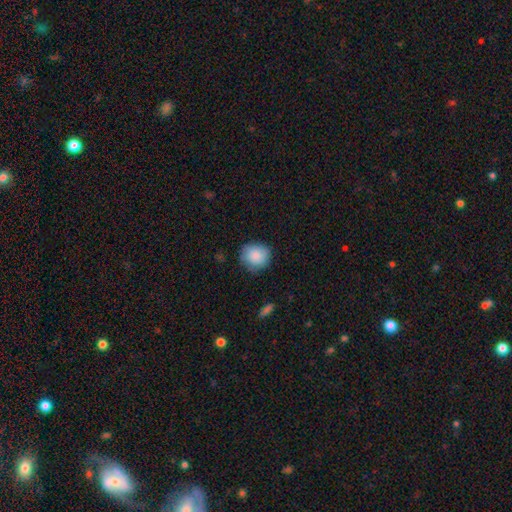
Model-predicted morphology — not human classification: Q: Smooth or featured?
A: smooth (85%); runner-up: featured or disk (8%)
Q: How rounded?
A: round (83%); runner-up: in between (16%)
Q: Merging?
A: none (77%); runner-up: minor disturbance (18%)